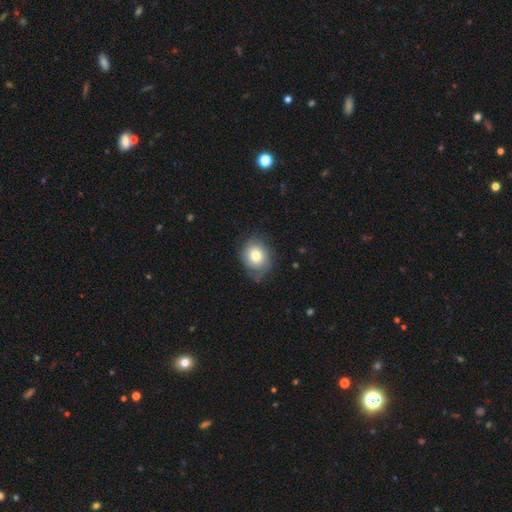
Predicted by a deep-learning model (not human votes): A smooth galaxy with no disk features (73%) that is round (64%).

Vote fractions:
- Smooth or featured? smooth: 73% / featured or disk: 18% / star or artifact: 8%
- How rounded? round: 64% / in between: 35% / cigar-shaped: 1%
- Merging? none: 69% / minor disturbance: 23% / major disturbance: 7% / merger: 1%